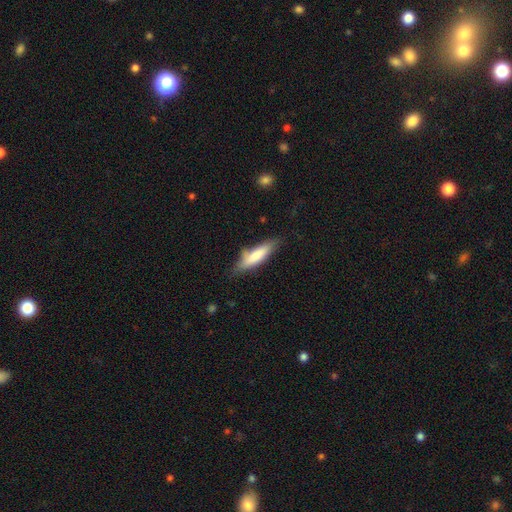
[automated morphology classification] This is likely a smooth galaxy (73%). How rounded: likely cigar-shaped (70%). Merging: likely none (66%).